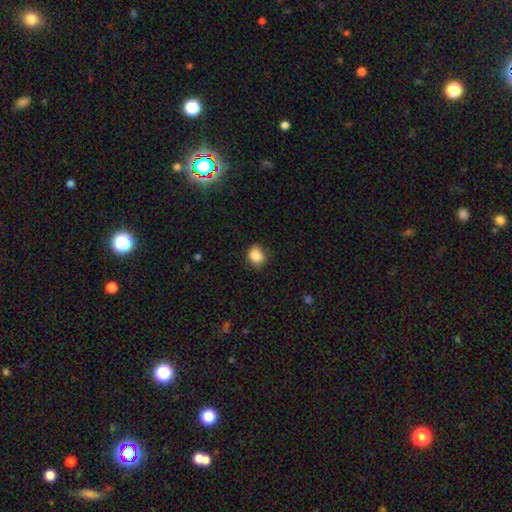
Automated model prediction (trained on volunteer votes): Morphology: type=smooth (85%); roundness=round (63%); merging=none (73%).